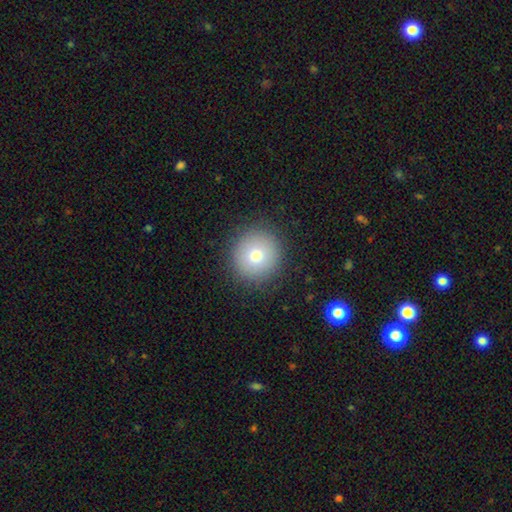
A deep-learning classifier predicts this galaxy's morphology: Smooth or featured: smooth — 76% (featured or disk — 12%)
How rounded: round — 94% (in between — 5%)
Merging: none — 90% (minor disturbance — 7%)